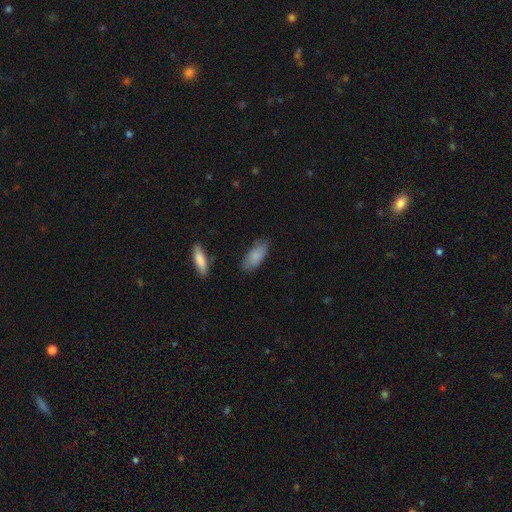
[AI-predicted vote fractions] A smooth galaxy with no disk features (85%) that is in between round and cigar-shaped (83%). Merging: none (78%).